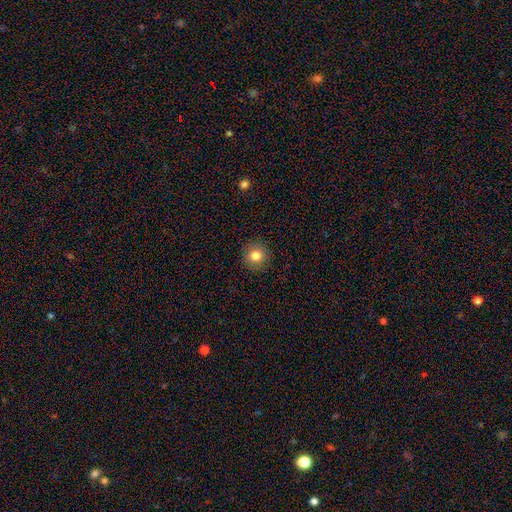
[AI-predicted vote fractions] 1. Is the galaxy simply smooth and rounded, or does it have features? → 82% smooth, 10% star or artifact, 8% featured or disk.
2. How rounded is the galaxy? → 93% round, 6% in between, 1% cigar-shaped.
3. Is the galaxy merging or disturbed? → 91% none, 6% minor disturbance, 2% major disturbance, 1% merger.